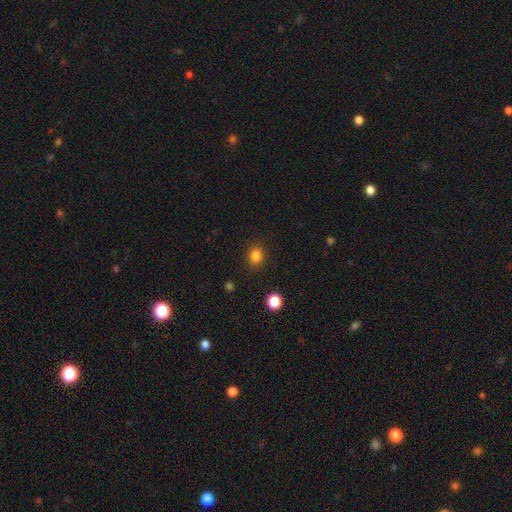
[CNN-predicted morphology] A smooth galaxy with no disk features (84%) that is round (66%). Merging: none (88%).